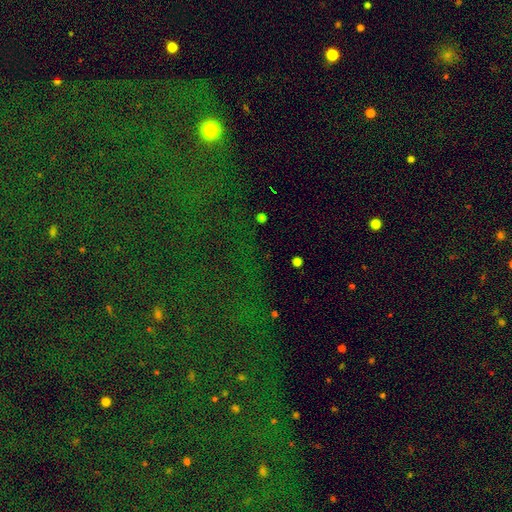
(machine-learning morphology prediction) Q: Smooth or featured?
A: star or artifact (77%); runner-up: smooth (14%)